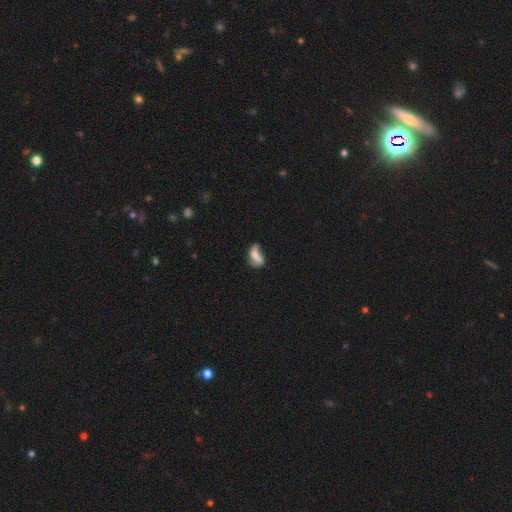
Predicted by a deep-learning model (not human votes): This appears to be a smooth galaxy with no disk features (54%) that is in between round and cigar-shaped (82%). Merging: none (31%).